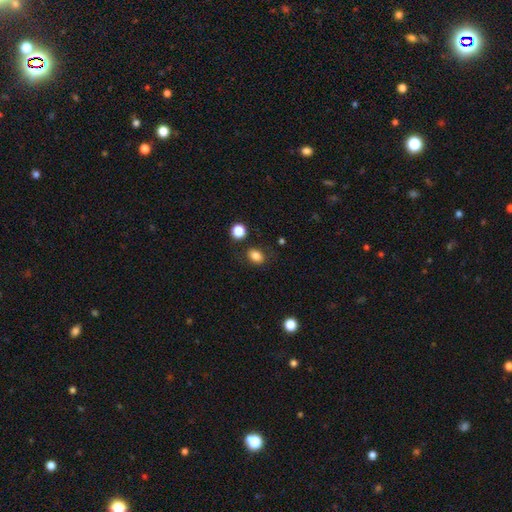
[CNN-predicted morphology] Smooth or featured? Predicted: smooth (p=0.82). How rounded? Predicted: in between (p=0.72). Merging? Predicted: none (p=0.78).